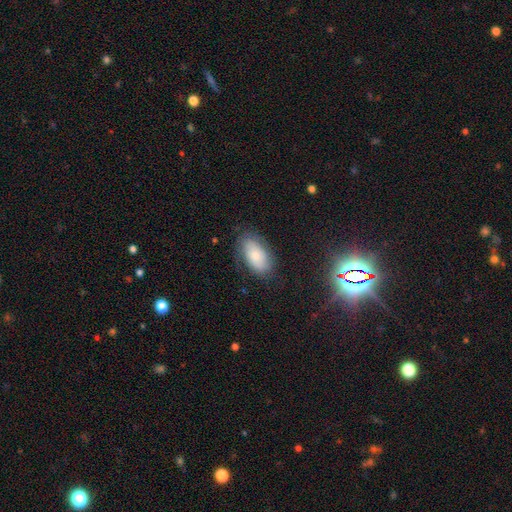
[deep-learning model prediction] smooth-or-featured: smooth: 67% | featured or disk: 25% | star or artifact: 8%
  how-rounded: in between: 94% | round: 4% | cigar-shaped: 3%
  merging: none: 72% | minor disturbance: 20% | major disturbance: 7% | merger: 1%